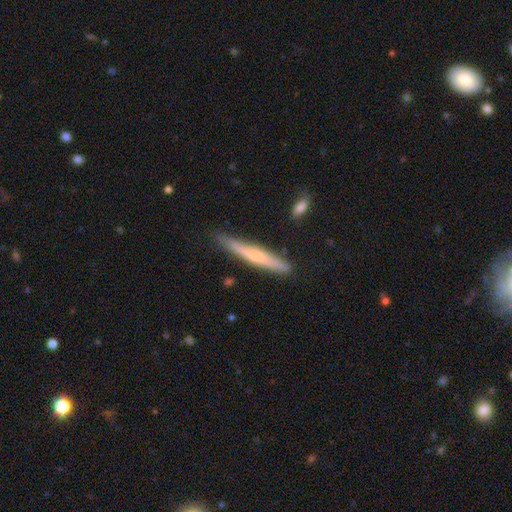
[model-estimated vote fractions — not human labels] Morphology: type=smooth (50%); roundness=cigar-shaped (95%); merging=none (78%).